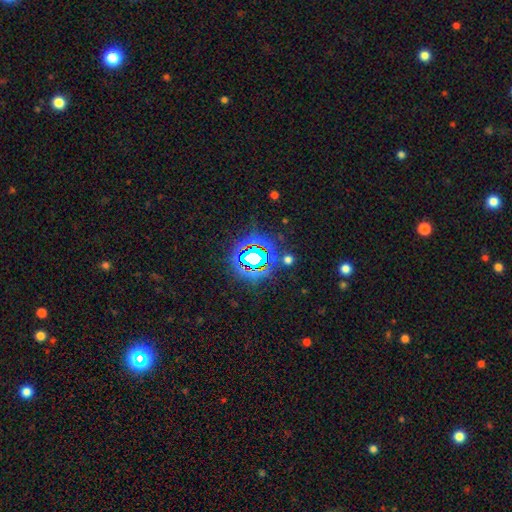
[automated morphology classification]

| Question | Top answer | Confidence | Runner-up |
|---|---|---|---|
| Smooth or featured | star or artifact | 79% | smooth (12%) |